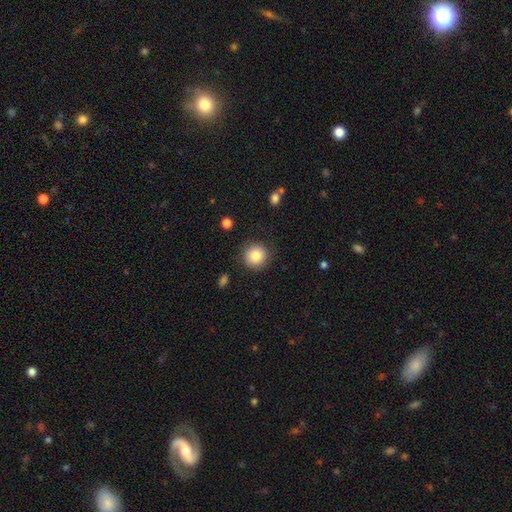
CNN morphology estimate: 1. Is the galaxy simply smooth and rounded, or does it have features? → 83% smooth, 9% star or artifact, 8% featured or disk.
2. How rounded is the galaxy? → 94% round, 6% in between, 1% cigar-shaped.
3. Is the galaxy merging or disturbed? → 88% none, 8% minor disturbance, 3% major disturbance, 1% merger.